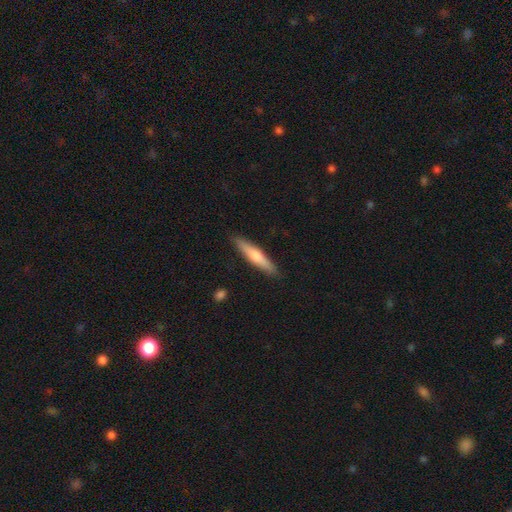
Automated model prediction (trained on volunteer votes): A smooth galaxy with no disk features (59%) that is cigar-shaped (89%).

Vote fractions:
- Smooth or featured? smooth: 59% / featured or disk: 36% / star or artifact: 5%
- How rounded? cigar-shaped: 89% / in between: 10% / round: 1%
- Merging? none: 89% / minor disturbance: 8% / major disturbance: 2% / merger: 1%